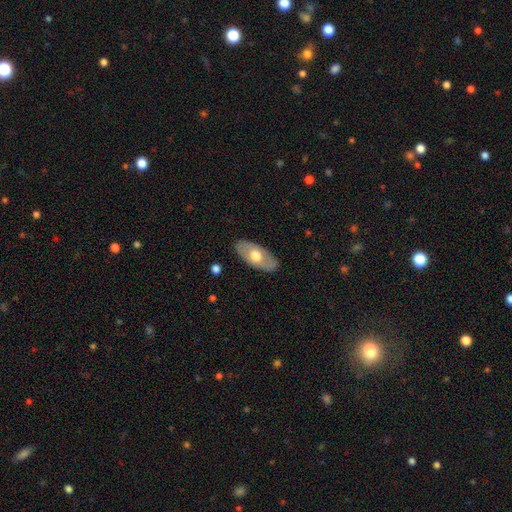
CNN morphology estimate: Smooth or featured? Predicted: smooth (p=0.53). How rounded? Predicted: in between (p=0.91). Merging? Predicted: none (p=0.85).